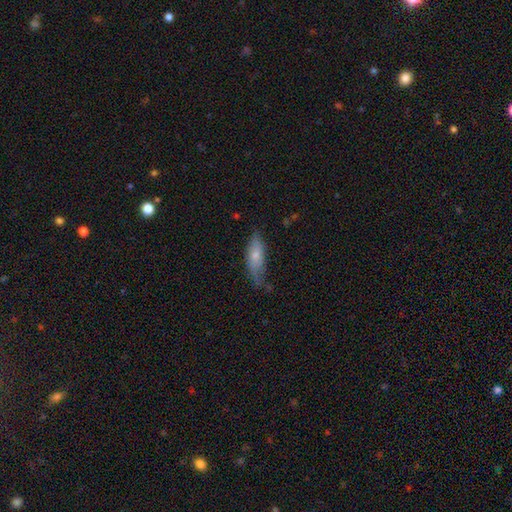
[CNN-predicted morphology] smooth-or-featured: smooth: 61% | featured or disk: 32% | star or artifact: 7%
  how-rounded: in between: 58% | cigar-shaped: 39% | round: 2%
  merging: none: 54% | minor disturbance: 34% | major disturbance: 10% | merger: 2%